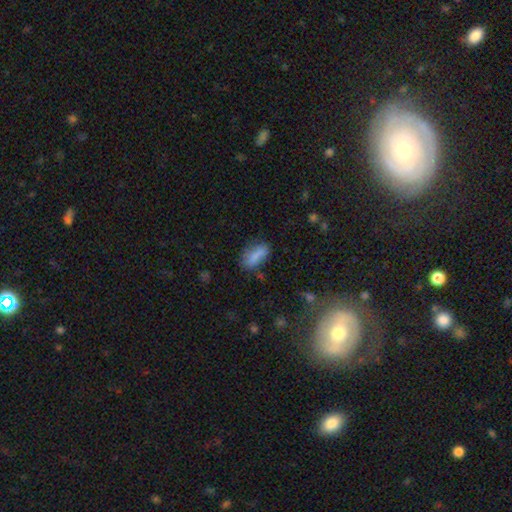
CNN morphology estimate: Overall: smooth (80%). How rounded: in between (73%). Merging: none (64%).